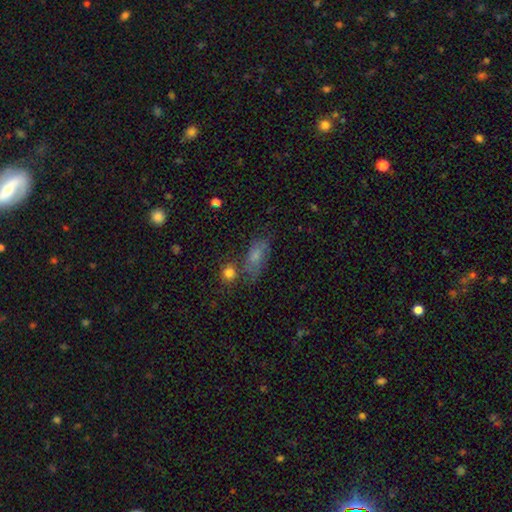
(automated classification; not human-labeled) smooth 62%, featured or disk 25%, star or artifact 13%. Down the decision tree: how rounded — in between (81%); merging — none (50%).